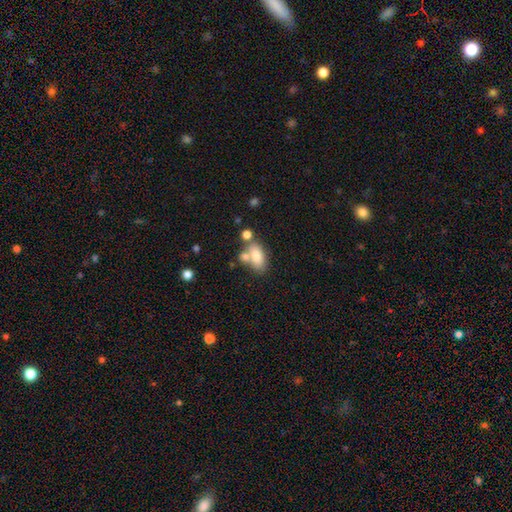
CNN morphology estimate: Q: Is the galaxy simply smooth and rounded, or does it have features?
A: smooth — 77%.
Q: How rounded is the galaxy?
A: in between — 87%.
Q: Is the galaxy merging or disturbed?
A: none — 51%.